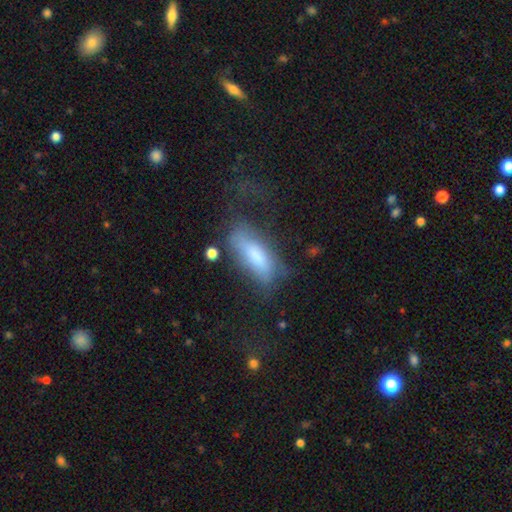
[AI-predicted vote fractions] Smooth or featured?
  - smooth: 68% *
  - featured or disk: 24%
  - star or artifact: 8%
How rounded?
  - in between: 68% *
  - cigar-shaped: 30%
  - round: 2%
Merging?
  - none: 37% *
  - major disturbance: 31%
  - minor disturbance: 27%
  - merger: 5%